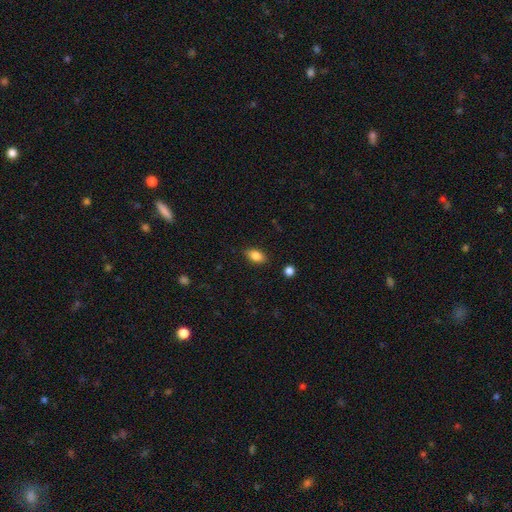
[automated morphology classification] Q: Smooth or featured?
A: smooth (83%); runner-up: featured or disk (9%)
Q: How rounded?
A: in between (87%); runner-up: round (8%)
Q: Merging?
A: none (86%); runner-up: minor disturbance (11%)